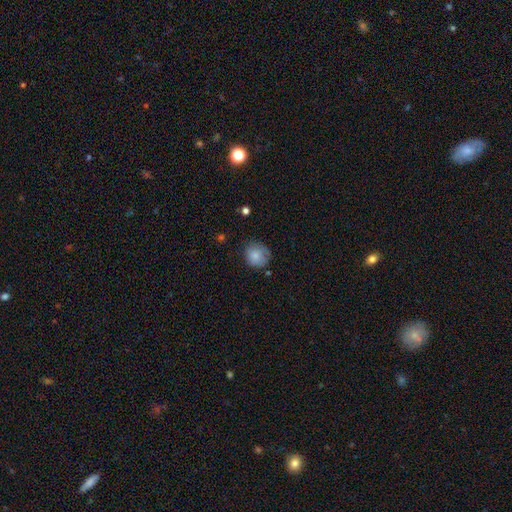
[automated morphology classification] smooth-or-featured: smooth: 83% | star or artifact: 9% | featured or disk: 8%
  how-rounded: round: 85% | in between: 14% | cigar-shaped: 1%
  merging: none: 73% | minor disturbance: 21% | major disturbance: 5% | merger: 2%